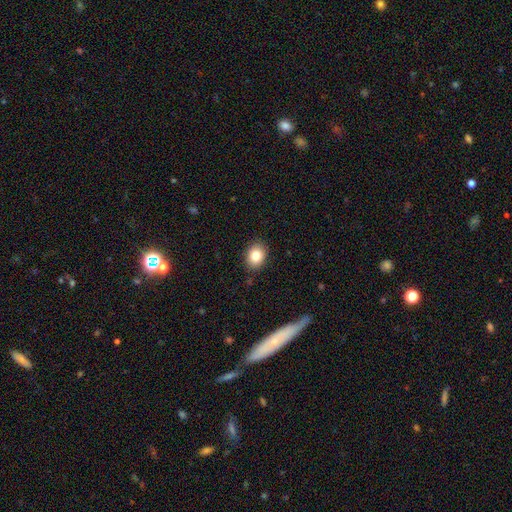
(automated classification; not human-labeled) Smooth or featured? smooth (83%)
How rounded? in between (62%)
Merging? none (88%)